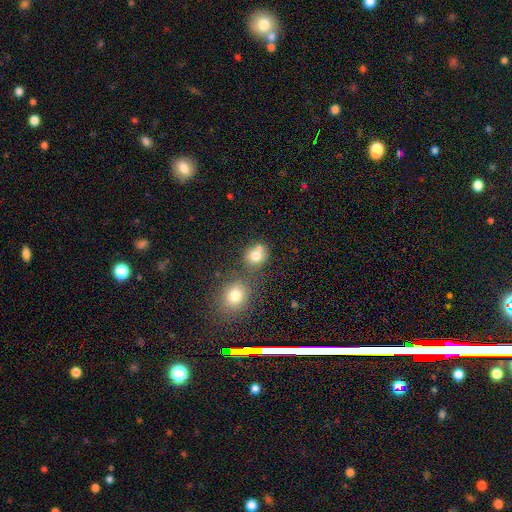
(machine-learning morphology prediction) This is likely a smooth galaxy (77%). How rounded: likely round (79%). Merging: possibly none (53%).